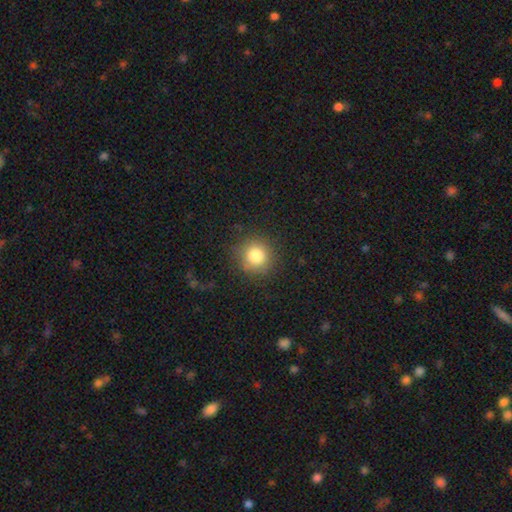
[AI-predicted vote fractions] Overall: smooth (82%). How rounded: round (91%). Merging: none (85%).